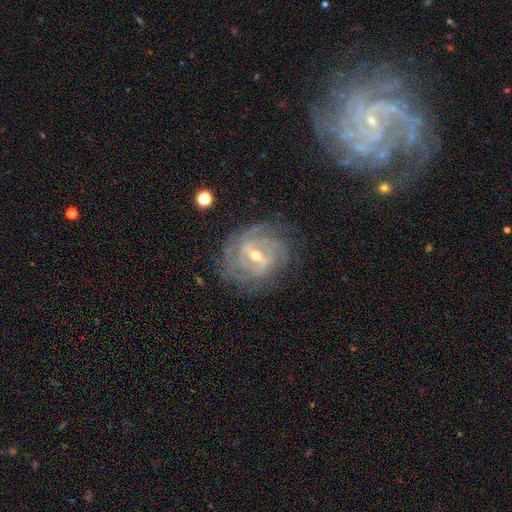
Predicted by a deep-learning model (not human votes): A featured or disk galaxy (90%) with a weak bar (44%, tied with strong), tight (68%) spiral arms (96%) and a small central bulge (49%). Merging: none (76%).